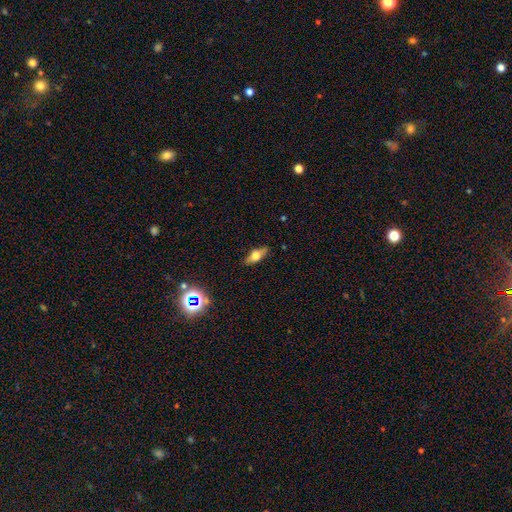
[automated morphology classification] Overall: smooth (52%; featured or disk 39%). How rounded: in between (68%). Merging: none (86%).